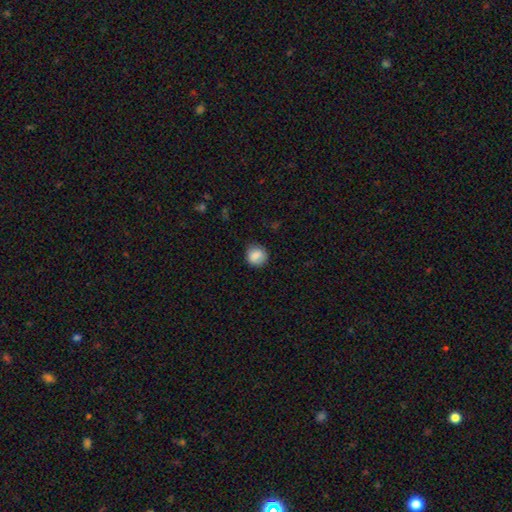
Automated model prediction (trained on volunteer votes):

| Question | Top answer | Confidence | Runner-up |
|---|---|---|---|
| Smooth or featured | smooth | 86% | star or artifact (8%) |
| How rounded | round | 84% | in between (15%) |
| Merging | none | 82% | minor disturbance (14%) |